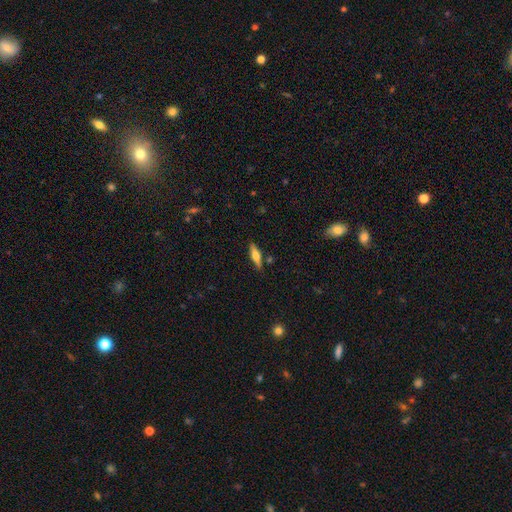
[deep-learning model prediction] Smooth or featured? Predicted: smooth (p=0.53). How rounded? Predicted: cigar-shaped (p=0.61). Merging? Predicted: none (p=0.82).